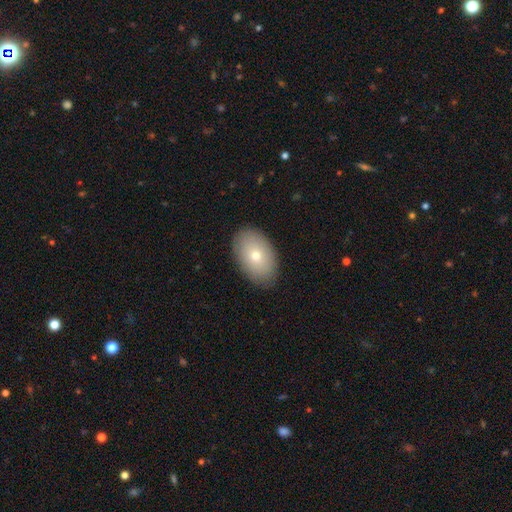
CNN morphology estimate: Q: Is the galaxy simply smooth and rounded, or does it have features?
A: smooth — 75%.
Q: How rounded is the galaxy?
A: in between — 91%.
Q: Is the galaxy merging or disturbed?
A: none — 88%.